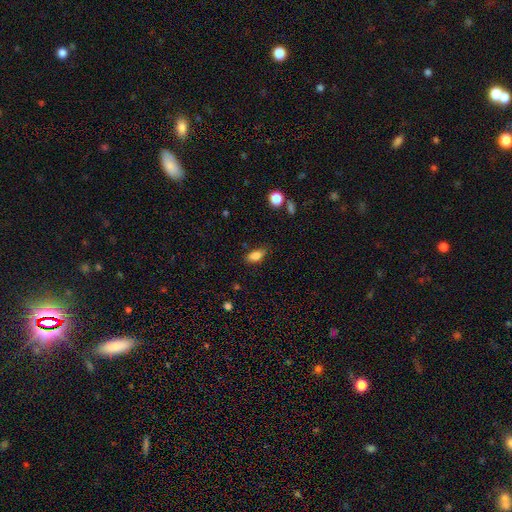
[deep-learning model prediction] Smooth or featured: smooth — 82% (featured or disk — 10%)
How rounded: in between — 86% (cigar-shaped — 9%)
Merging: none — 76% (minor disturbance — 18%)